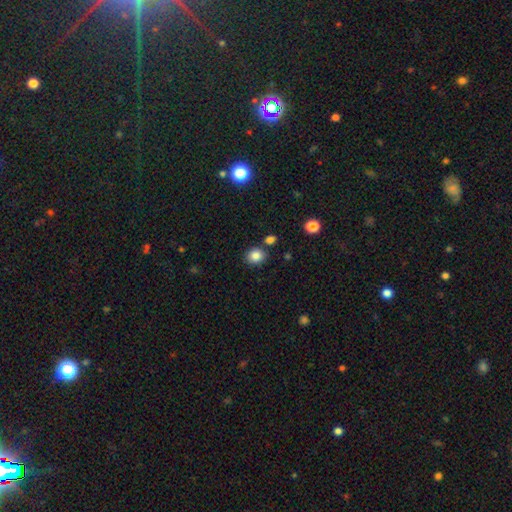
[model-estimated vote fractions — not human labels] Smooth or featured? smooth (84%)
How rounded? round (71%)
Merging? none (80%)